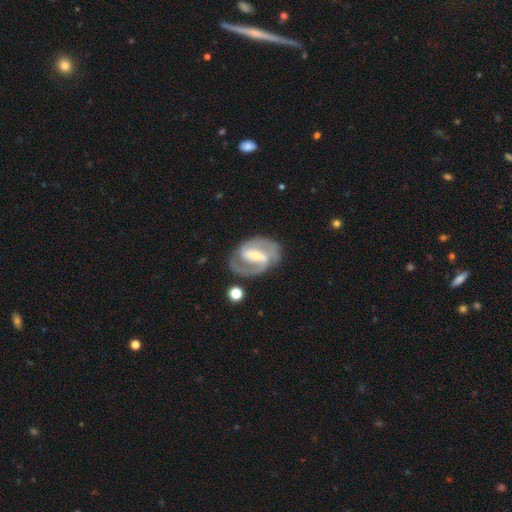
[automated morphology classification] Smooth or featured?
  - featured or disk: 87% *
  - smooth: 8%
  - star or artifact: 5%
Edge-on disk?
  - no: 97% *
  - yes: 3%
Bar?
  - strong: 60% *
  - weak: 30%
  - no: 10%
Spiral arms?
  - yes: 94% *
  - no: 6%
Spiral winding?
  - medium: 51% *
  - tight: 33%
  - loose: 15%
Spiral arm count?
  - 2: 86% *
  - can't tell: 5%
  - 1: 3%
  - 3: 3%
  - 4: 1%
  - more than 4: 1%
Bulge size?
  - small: 53% *
  - moderate: 42%
  - large: 3%
  - none: 2%
  - dominant: 1%
Merging?
  - none: 75% *
  - minor disturbance: 15%
  - major disturbance: 7%
  - merger: 3%